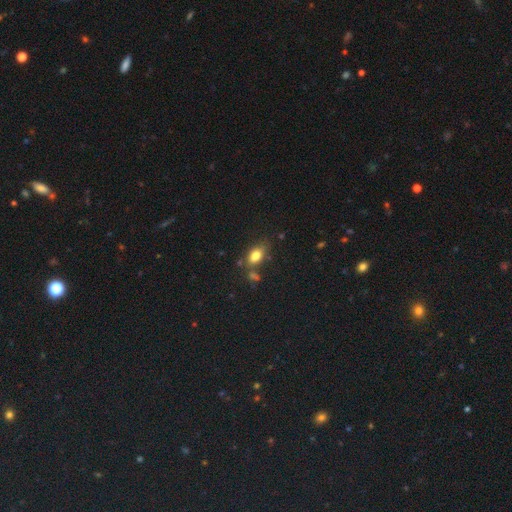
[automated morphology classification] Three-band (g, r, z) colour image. It shows a smooth galaxy with no disk features (80%) that is in between round and cigar-shaped (84%). Merging: none (62%).